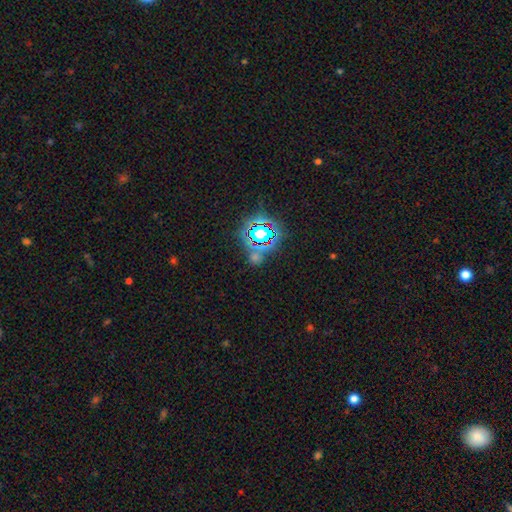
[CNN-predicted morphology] type=star or artifact (71%).